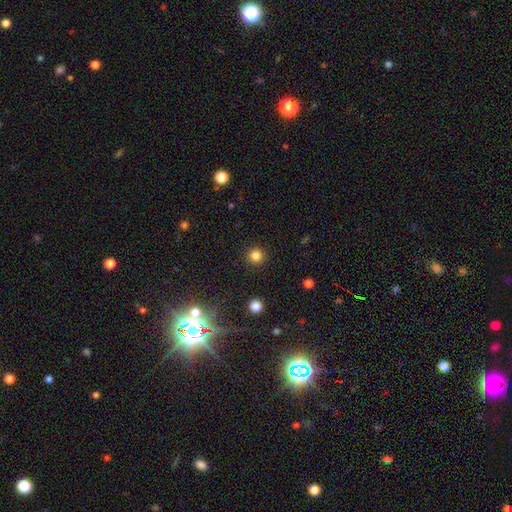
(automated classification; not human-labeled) smooth_or_featured: smooth (p=0.82) [alt: star or artifact p=0.14]
how_rounded: round (p=0.95) [alt: in between p=0.04]
merging: none (p=0.92) [alt: minor disturbance p=0.05]